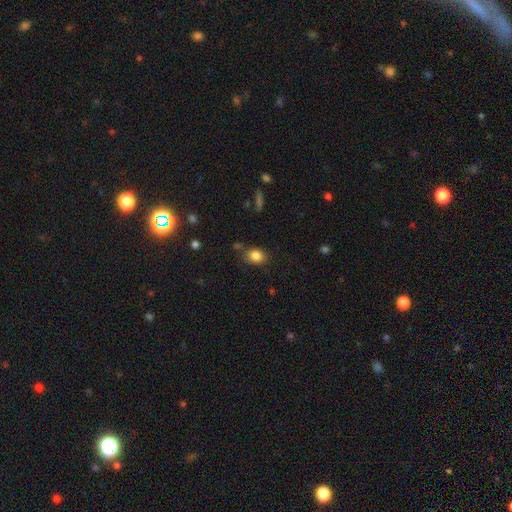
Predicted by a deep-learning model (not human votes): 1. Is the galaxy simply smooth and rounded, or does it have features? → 85% smooth, 10% star or artifact, 5% featured or disk.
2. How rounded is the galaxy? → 54% in between, 45% round, 1% cigar-shaped.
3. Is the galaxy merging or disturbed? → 76% none, 15% minor disturbance, 5% merger, 4% major disturbance.